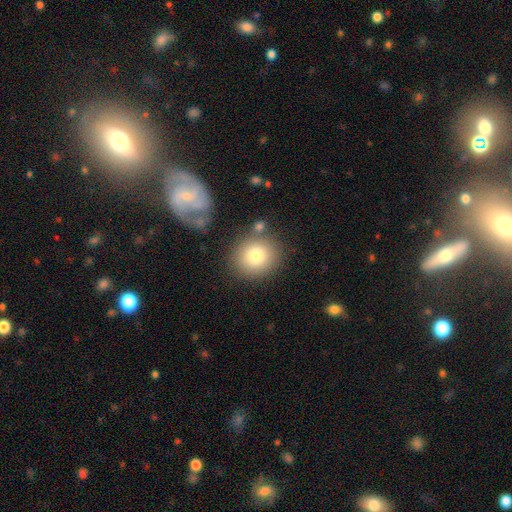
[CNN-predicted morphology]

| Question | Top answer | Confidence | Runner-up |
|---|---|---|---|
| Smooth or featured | smooth | 80% | featured or disk (10%) |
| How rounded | round | 83% | in between (16%) |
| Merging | none | 77% | minor disturbance (11%) |